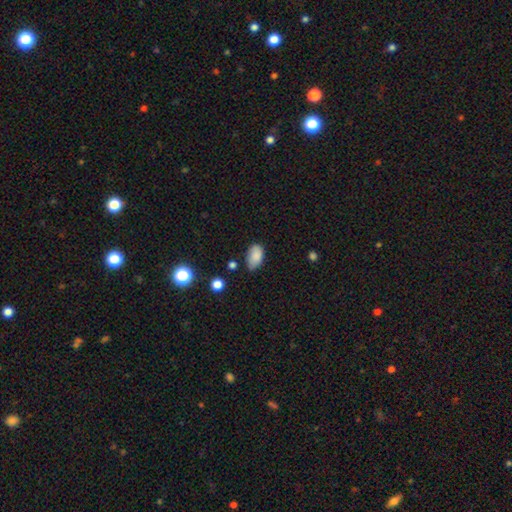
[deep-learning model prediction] Smooth or featured?
  - smooth: 85% *
  - star or artifact: 9%
  - featured or disk: 6%
How rounded?
  - in between: 92% *
  - round: 6%
  - cigar-shaped: 2%
Merging?
  - none: 64% *
  - minor disturbance: 28%
  - major disturbance: 5%
  - merger: 3%